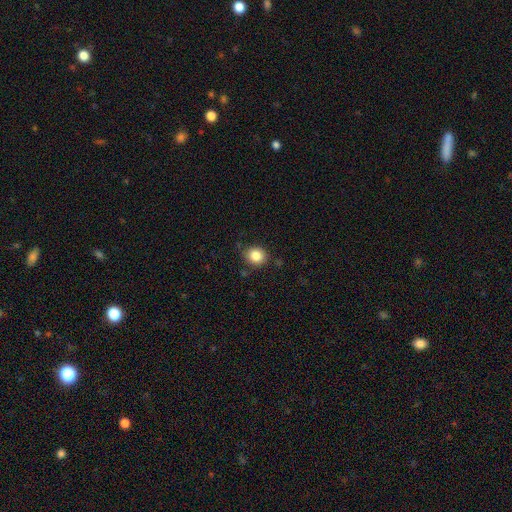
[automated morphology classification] Smooth or featured: smooth — 84% (star or artifact — 10%)
How rounded: round — 78% (in between — 22%)
Merging: none — 83% (minor disturbance — 12%)